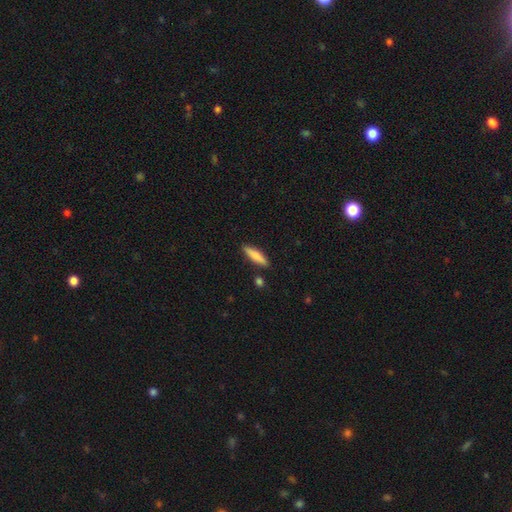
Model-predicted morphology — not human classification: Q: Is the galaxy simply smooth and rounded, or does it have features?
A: smooth — 80%.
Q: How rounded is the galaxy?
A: cigar-shaped — 76%.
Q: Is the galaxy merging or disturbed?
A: none — 86%.